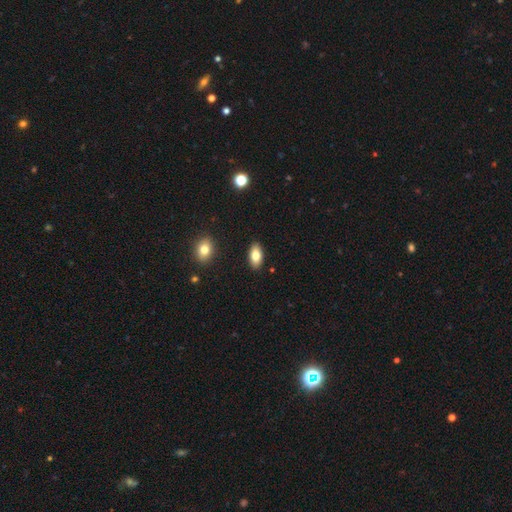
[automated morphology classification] This is clearly a smooth galaxy (80%). How rounded: clearly in between (92%). Merging: clearly none (89%).